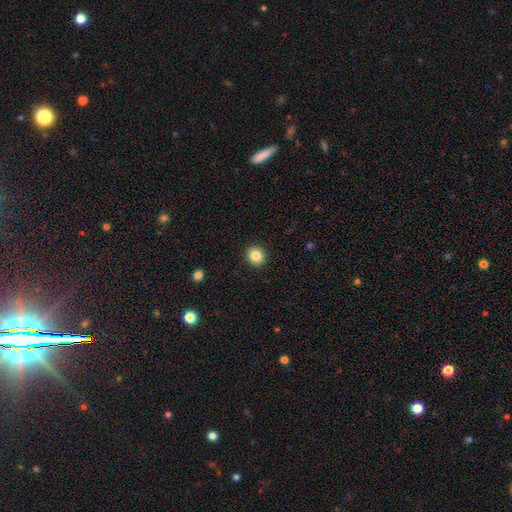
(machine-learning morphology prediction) type=smooth (85%); roundness=round (83%); merging=none (92%).